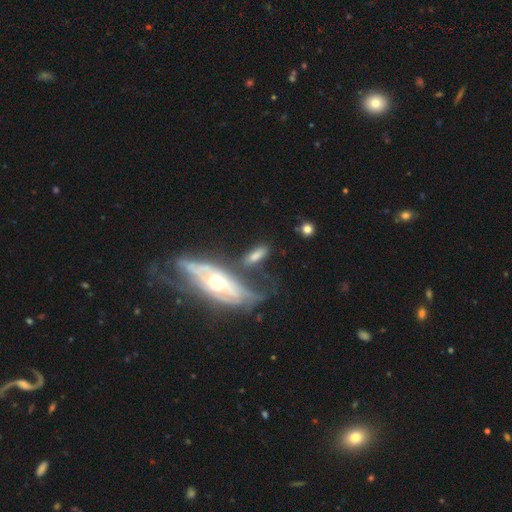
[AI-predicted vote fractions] Q: Smooth or featured?
A: smooth (52%); runner-up: featured or disk (39%)
Q: How rounded?
A: in between (62%); runner-up: cigar-shaped (33%)
Q: Merging?
A: none (49%); runner-up: minor disturbance (20%)